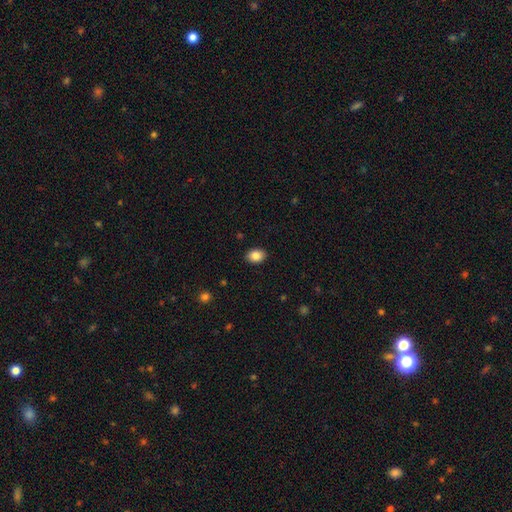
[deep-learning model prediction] A smooth galaxy with no disk features (86%) that is in between round and cigar-shaped (68%). Merging: none (89%).